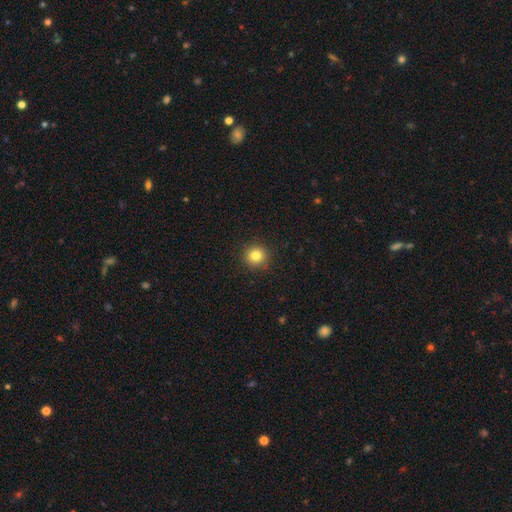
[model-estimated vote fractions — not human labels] This appears to be a smooth galaxy with no disk features (82%) that is round (94%). Merging: none (91%).